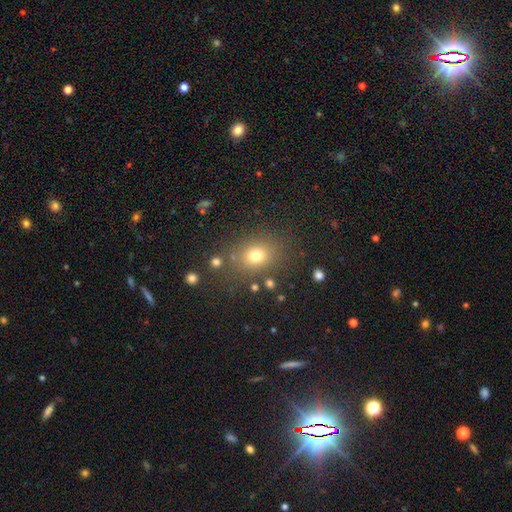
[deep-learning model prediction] Smooth or featured? Predicted: smooth (p=0.73). How rounded? Predicted: round (p=0.53). Merging? Predicted: none (p=0.79).